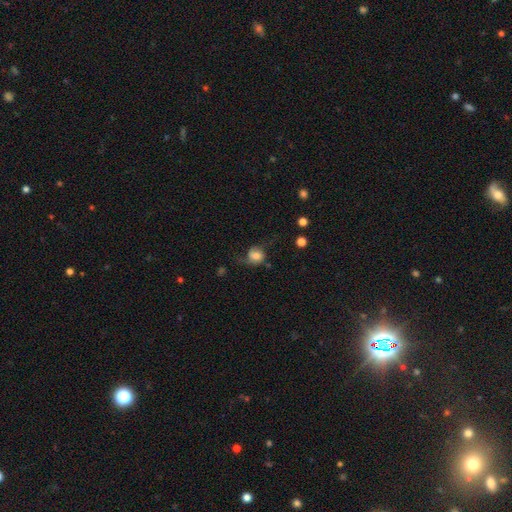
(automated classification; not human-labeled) Smooth or featured?
  - smooth: 63% *
  - featured or disk: 26%
  - star or artifact: 10%
How rounded?
  - round: 66% *
  - in between: 33%
  - cigar-shaped: 1%
Merging?
  - none: 42% *
  - minor disturbance: 28%
  - major disturbance: 26%
  - merger: 3%